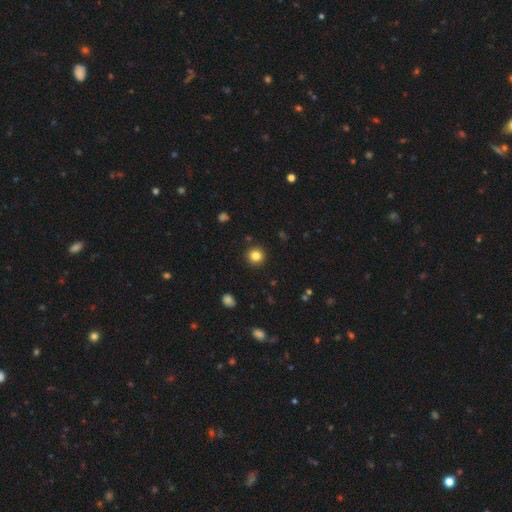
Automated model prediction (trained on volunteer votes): Q: Smooth or featured?
A: smooth (83%); runner-up: star or artifact (12%)
Q: How rounded?
A: round (94%); runner-up: in between (5%)
Q: Merging?
A: none (92%); runner-up: minor disturbance (5%)